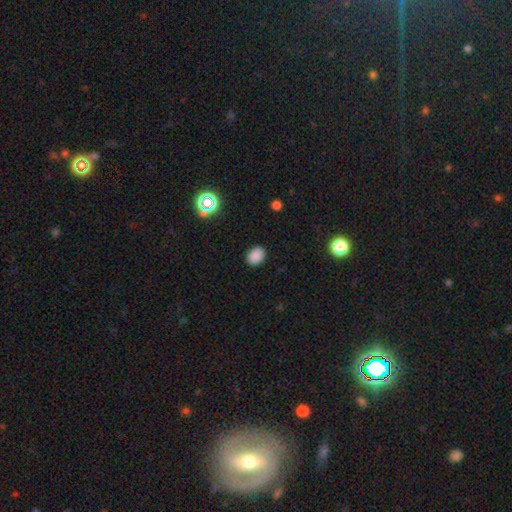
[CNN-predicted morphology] A smooth galaxy with no disk features (85%) that is in between round and cigar-shaped (65%). Merging: none (89%).